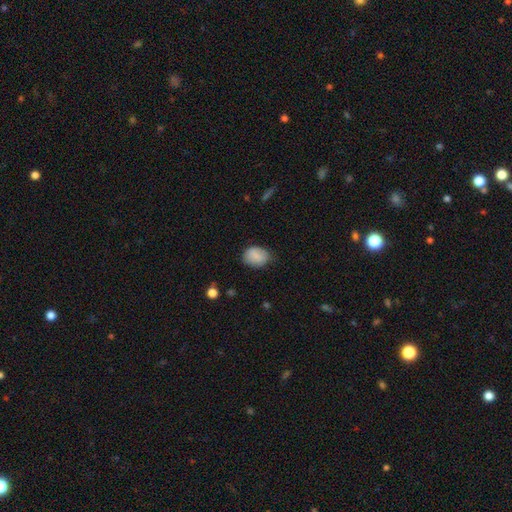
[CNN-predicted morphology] The model was most divided on "how rounded": in between: 66%, round: 32%, cigar-shaped: 1%. More confident: smooth or featured — smooth (85%); merging — none (66%).